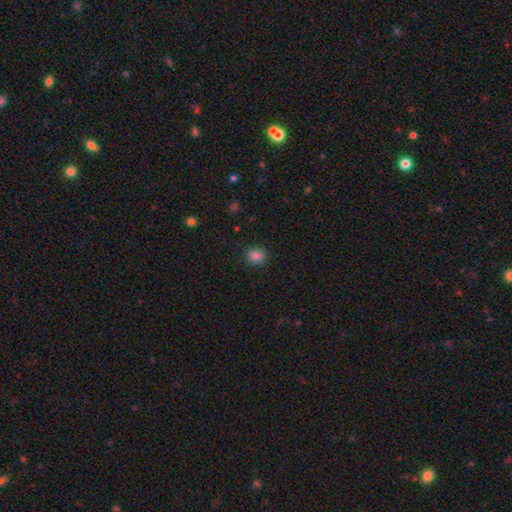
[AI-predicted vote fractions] smooth-or-featured: smooth: 85% | star or artifact: 11% | featured or disk: 4%
  how-rounded: round: 74% | in between: 25% | cigar-shaped: 1%
  merging: none: 89% | minor disturbance: 7% | major disturbance: 2% | merger: 1%